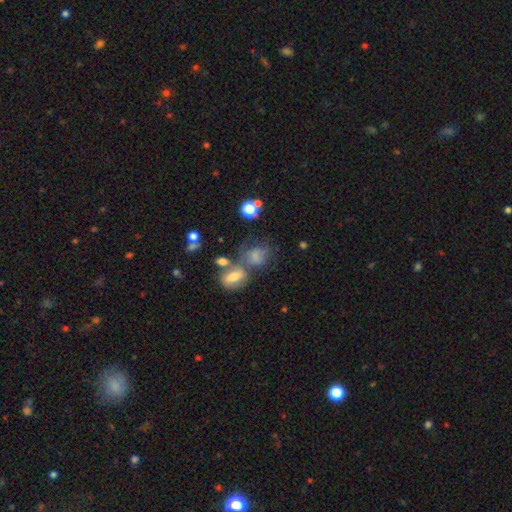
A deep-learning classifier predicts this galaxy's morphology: This is likely a smooth galaxy (65%). How rounded: possibly in between (55%). Merging: marginally merger (33%).